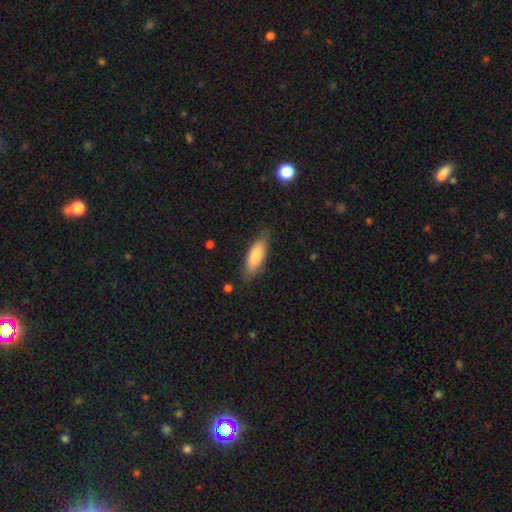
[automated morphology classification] This is clearly a smooth galaxy (83%). How rounded: likely in between (68%). Merging: likely none (78%).